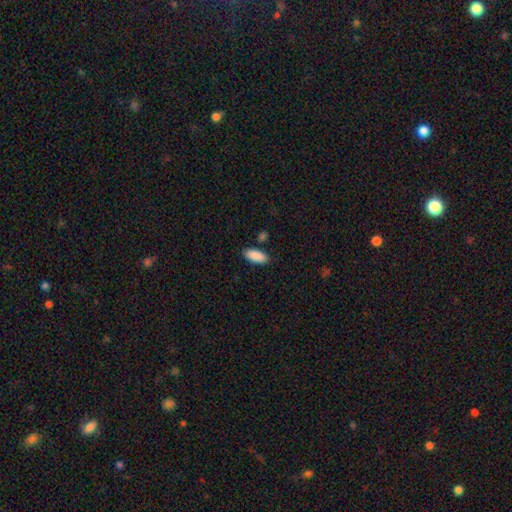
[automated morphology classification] smooth-or-featured: smooth: 90% | star or artifact: 6% | featured or disk: 4%
  how-rounded: in between: 88% | cigar-shaped: 10% | round: 2%
  merging: none: 83% | minor disturbance: 10% | merger: 4% | major disturbance: 2%